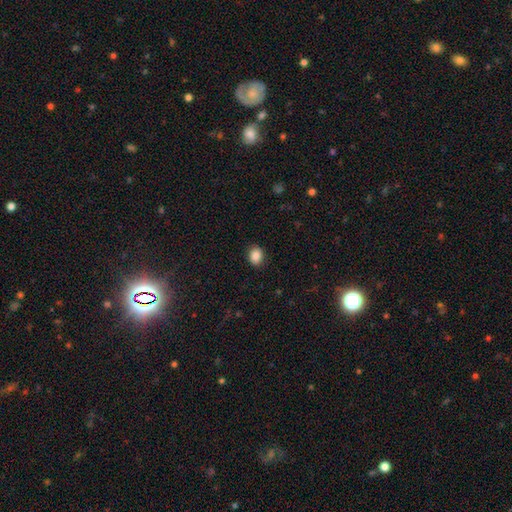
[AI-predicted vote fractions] The model was most divided on "how rounded": in between: 52%, round: 47%, cigar-shaped: 1%. More confident: merging — none (89%); smooth or featured — smooth (87%).